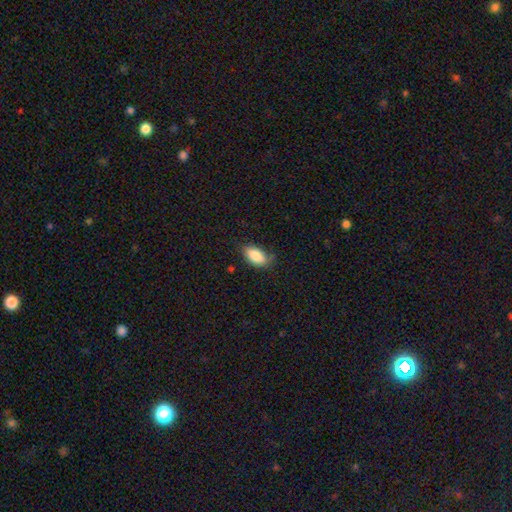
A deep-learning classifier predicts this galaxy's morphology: A smooth galaxy with no disk features (86%) that is in between round and cigar-shaped (93%).

Vote fractions:
- Smooth or featured? smooth: 86% / featured or disk: 7% / star or artifact: 7%
- How rounded? in between: 93% / cigar-shaped: 4% / round: 3%
- Merging? none: 69% / minor disturbance: 24% / major disturbance: 5% / merger: 2%